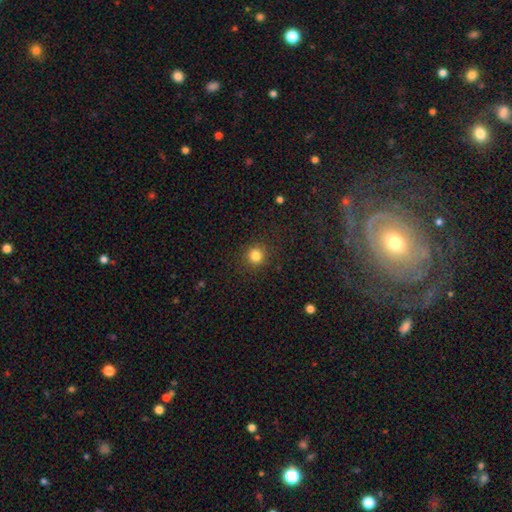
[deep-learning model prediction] Q: Smooth or featured?
A: smooth (83%); runner-up: star or artifact (12%)
Q: How rounded?
A: round (92%); runner-up: in between (7%)
Q: Merging?
A: none (90%); runner-up: minor disturbance (6%)